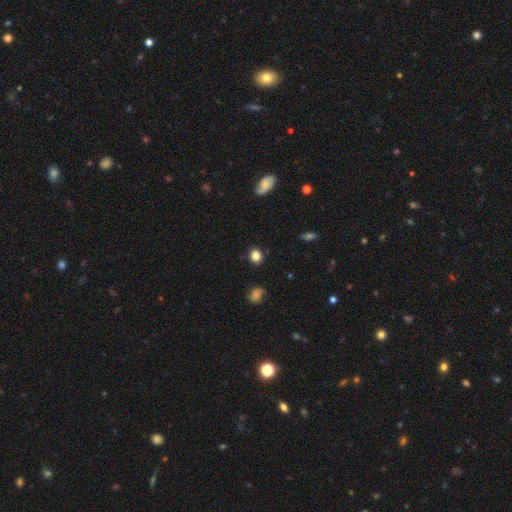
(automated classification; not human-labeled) smooth 84%, star or artifact 10%, featured or disk 5%. Down the decision tree: how rounded — round (69%); merging — none (86%).